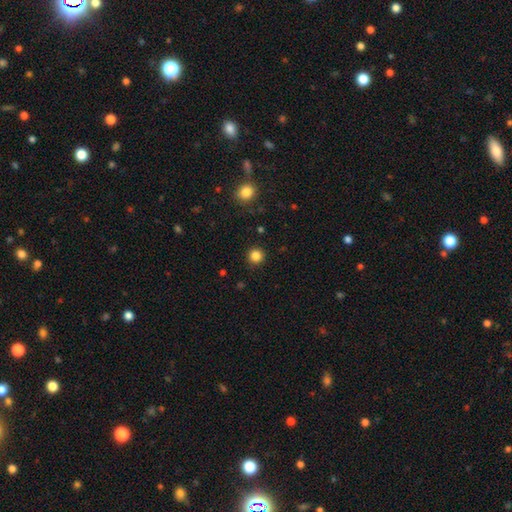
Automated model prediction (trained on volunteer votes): Smooth or featured?
  - smooth: 84% *
  - star or artifact: 12%
  - featured or disk: 3%
How rounded?
  - round: 94% *
  - in between: 5%
  - cigar-shaped: 1%
Merging?
  - none: 92% *
  - minor disturbance: 5%
  - major disturbance: 2%
  - merger: 1%